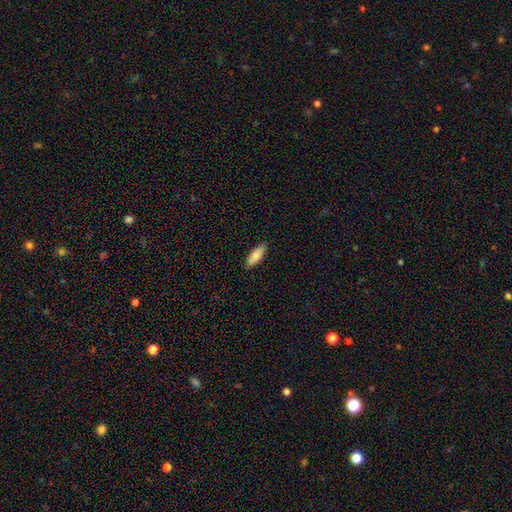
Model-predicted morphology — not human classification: Smooth or featured? Predicted: smooth (p=0.84). How rounded? Predicted: in between (p=0.64). Merging? Predicted: none (p=0.87).